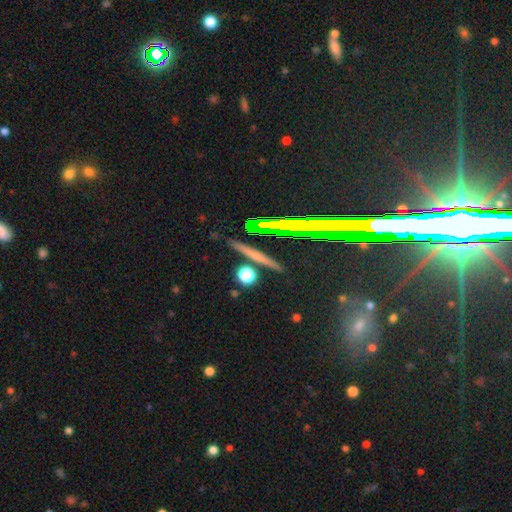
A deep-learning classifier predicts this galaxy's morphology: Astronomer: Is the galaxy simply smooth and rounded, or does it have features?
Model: smooth — 38% (runner-up: featured or disk, 35%).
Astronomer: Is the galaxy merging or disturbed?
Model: none — 88%.